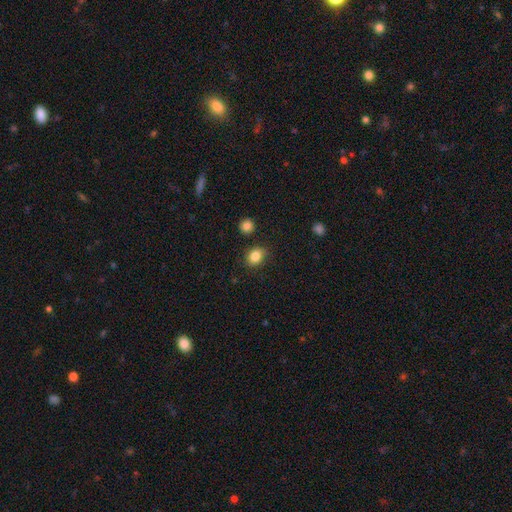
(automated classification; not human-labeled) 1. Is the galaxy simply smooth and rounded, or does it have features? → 85% smooth, 10% star or artifact, 5% featured or disk.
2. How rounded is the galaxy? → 53% round, 46% in between, 1% cigar-shaped.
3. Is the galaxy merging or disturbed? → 83% none, 11% minor disturbance, 3% merger, 3% major disturbance.